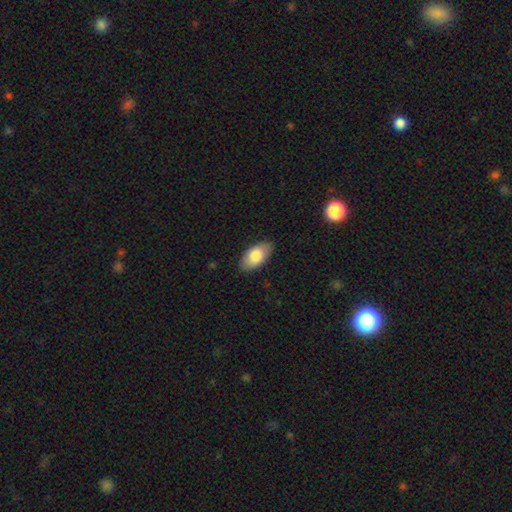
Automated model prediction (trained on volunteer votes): Smooth or featured: smooth — 82% (featured or disk — 12%)
How rounded: in between — 94% (round — 3%)
Merging: none — 85% (minor disturbance — 12%)